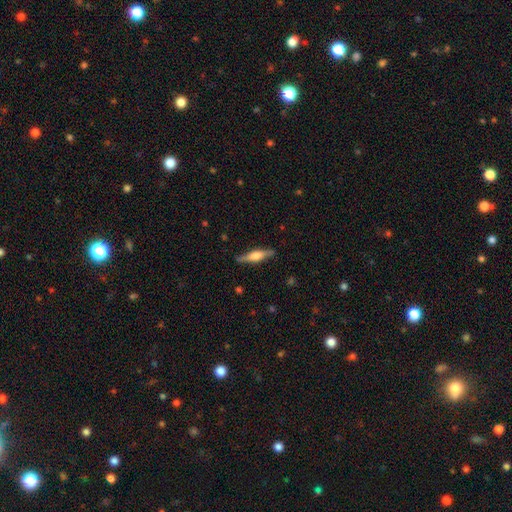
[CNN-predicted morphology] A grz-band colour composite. It shows a featured or disk galaxy (57%) viewed edge-on (95%) with a rounded central bulge (74%). Merging: none (86%).